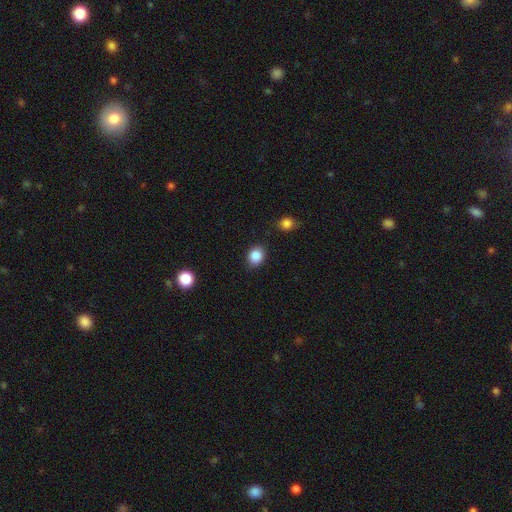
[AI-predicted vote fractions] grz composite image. It shows a smooth galaxy with no disk features (86%) that is round (61%). Merging: none (87%).